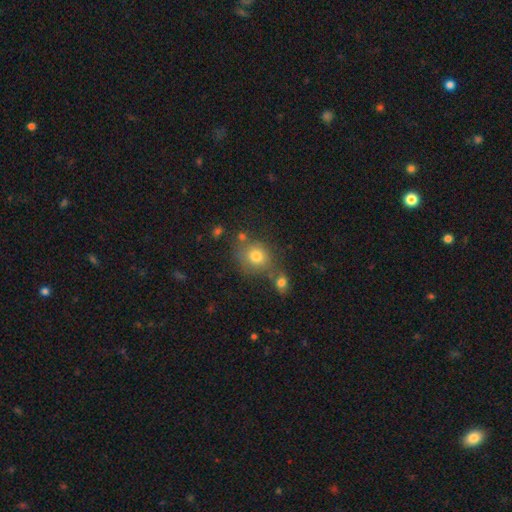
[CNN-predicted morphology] Overall: smooth (77%). How rounded: round (75%). Merging: none (60%; merger 21%).